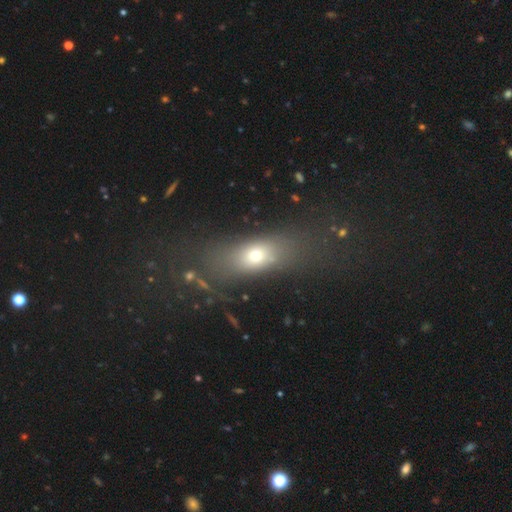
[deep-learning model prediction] smooth-or-featured: smooth: 64% | featured or disk: 19% | star or artifact: 17%
  how-rounded: in between: 63% | cigar-shaped: 19% | round: 17%
  merging: none: 65% | minor disturbance: 15% | major disturbance: 15% | merger: 5%